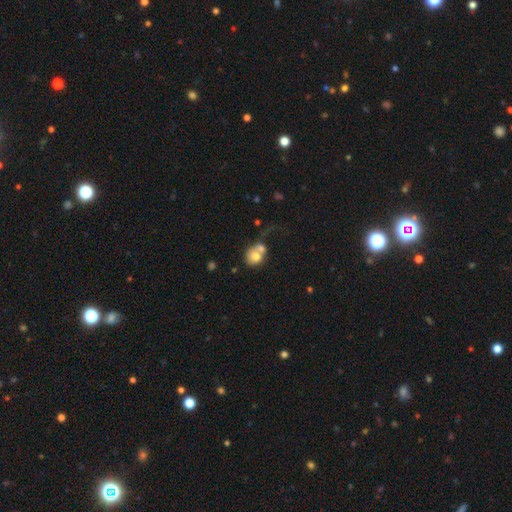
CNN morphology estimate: A smooth galaxy with no disk features (69%) that is round (64%).

Vote fractions:
- Smooth or featured? smooth: 69% / featured or disk: 22% / star or artifact: 9%
- How rounded? round: 64% / in between: 35% / cigar-shaped: 1%
- Merging? merger: 59% / none: 22% / major disturbance: 10% / minor disturbance: 9%